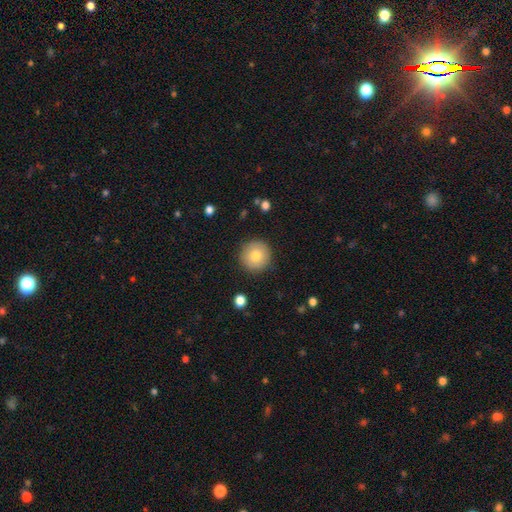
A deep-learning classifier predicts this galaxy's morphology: smooth_or_featured: smooth (p=0.79) [alt: featured or disk p=0.12]
how_rounded: round (p=0.95) [alt: in between p=0.04]
merging: none (p=0.89) [alt: minor disturbance p=0.07]